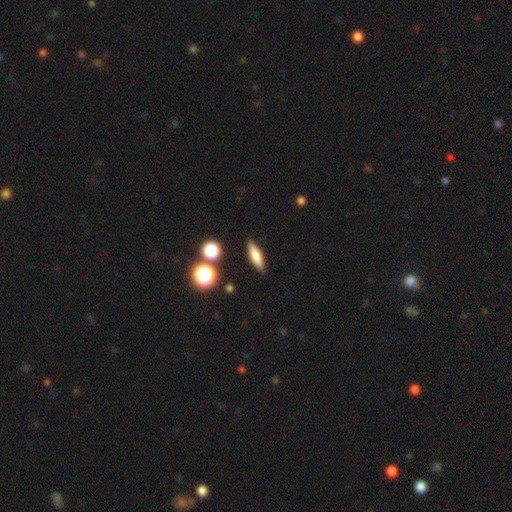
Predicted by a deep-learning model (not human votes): A smooth galaxy with no disk features (69%) that is cigar-shaped (59%). Merging: none (86%).